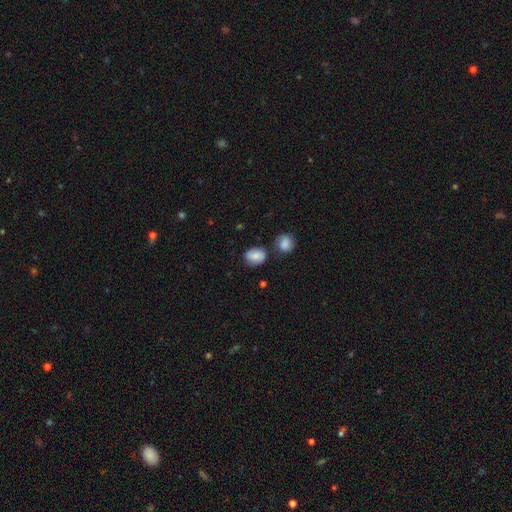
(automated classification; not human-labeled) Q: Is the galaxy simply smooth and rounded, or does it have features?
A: smooth — 78%.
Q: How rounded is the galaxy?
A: in between — 60%.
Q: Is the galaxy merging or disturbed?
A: none — 69%.